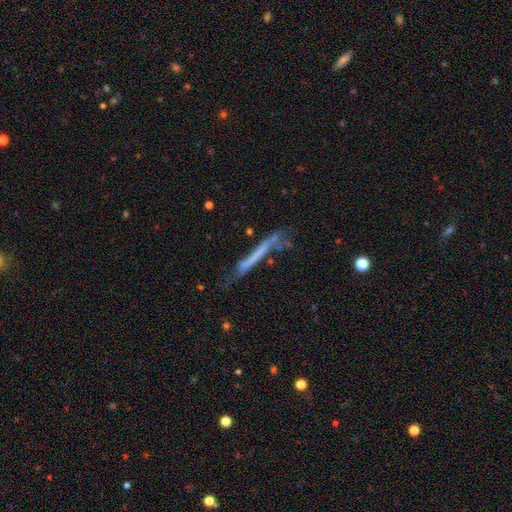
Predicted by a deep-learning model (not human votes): smooth_or_featured: featured or disk (p=0.46) [alt: smooth p=0.43]
merging: none (p=0.47) [alt: minor disturbance p=0.26]